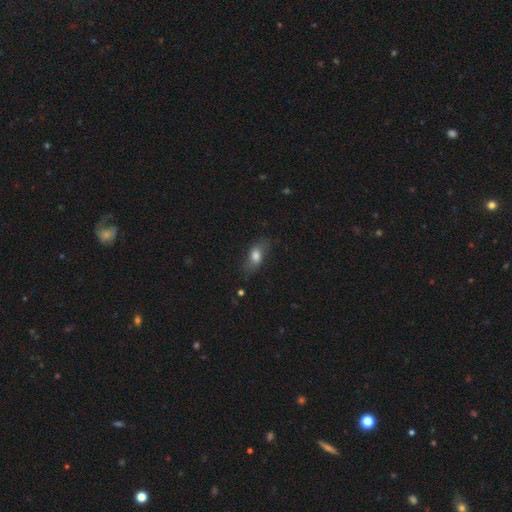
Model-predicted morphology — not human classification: This is likely a smooth galaxy (72%). How rounded: likely in between (79%). Merging: likely none (70%).